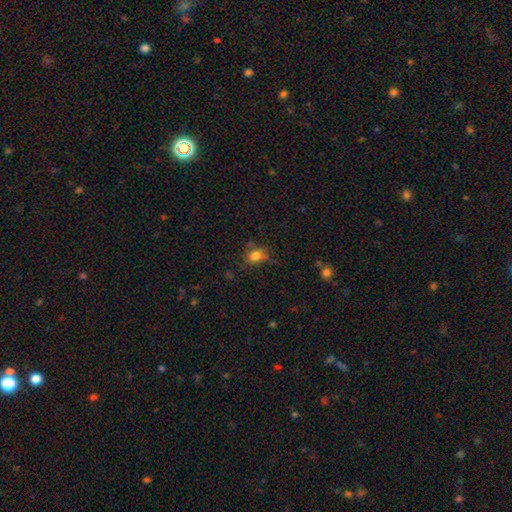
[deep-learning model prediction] A smooth galaxy with no disk features (77%) that is in between round and cigar-shaped (53%).

Vote fractions:
- Smooth or featured? smooth: 77% / star or artifact: 14% / featured or disk: 10%
- How rounded? in between: 53% / round: 45% / cigar-shaped: 2%
- Merging? none: 56% / minor disturbance: 26% / major disturbance: 12% / merger: 5%